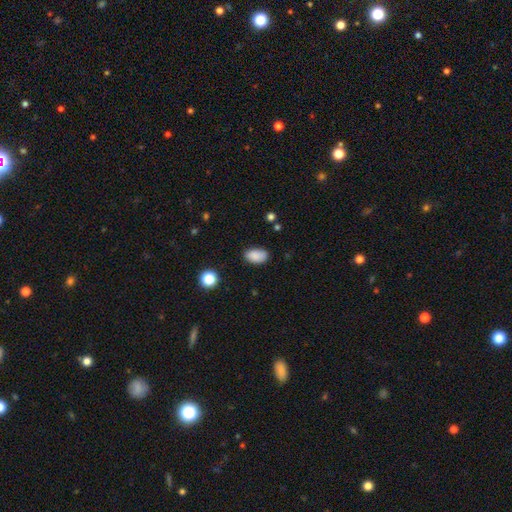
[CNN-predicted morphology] smooth 87%, star or artifact 8%, featured or disk 5%. Down the decision tree: how rounded — in between (91%); merging — none (79%).